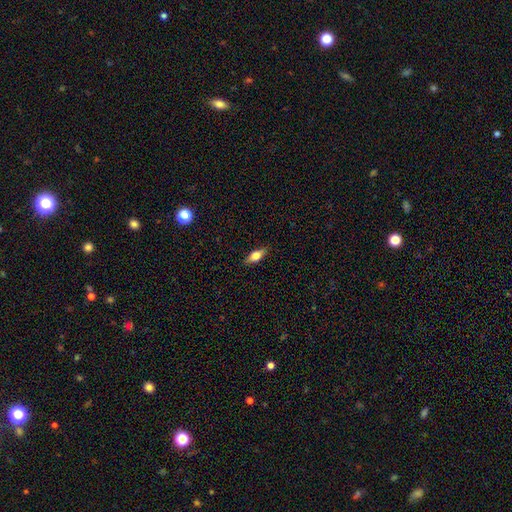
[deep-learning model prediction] A smooth galaxy with no disk features (64%) that is in between round and cigar-shaped (71%).

Vote fractions:
- Smooth or featured? smooth: 64% / featured or disk: 29% / star or artifact: 8%
- How rounded? in between: 71% / cigar-shaped: 24% / round: 4%
- Merging? none: 86% / minor disturbance: 11% / major disturbance: 2% / merger: 1%